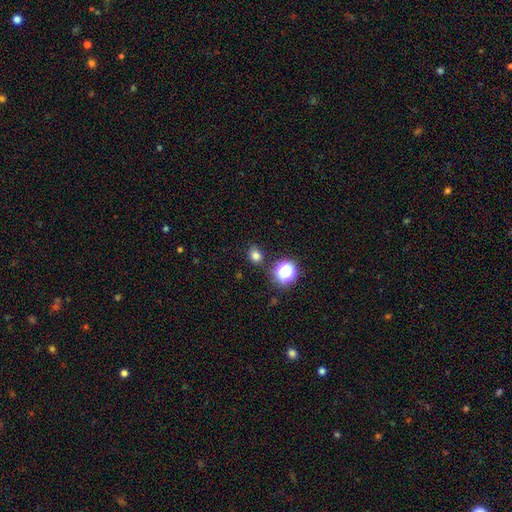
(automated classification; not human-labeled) A smooth galaxy with no disk features (75%) that is round (62%).

Vote fractions:
- Smooth or featured? smooth: 75% / star or artifact: 19% / featured or disk: 6%
- How rounded? round: 62% / in between: 37% / cigar-shaped: 1%
- Merging? none: 84% / minor disturbance: 10% / merger: 4% / major disturbance: 3%